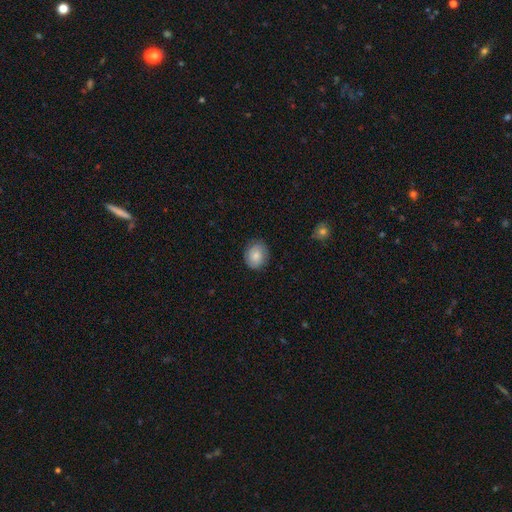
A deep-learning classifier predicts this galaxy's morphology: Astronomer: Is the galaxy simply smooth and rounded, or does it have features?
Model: smooth — 67%.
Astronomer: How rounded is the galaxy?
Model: round — 68%.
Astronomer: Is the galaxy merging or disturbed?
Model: none — 84%.